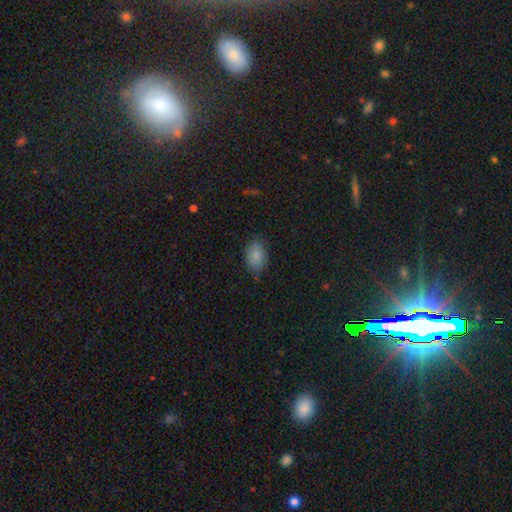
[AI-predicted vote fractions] The model was most divided on "merging": none: 78%, minor disturbance: 17%, major disturbance: 4%, merger: 1%. More confident: smooth or featured — smooth (86%); how rounded — in between (82%).